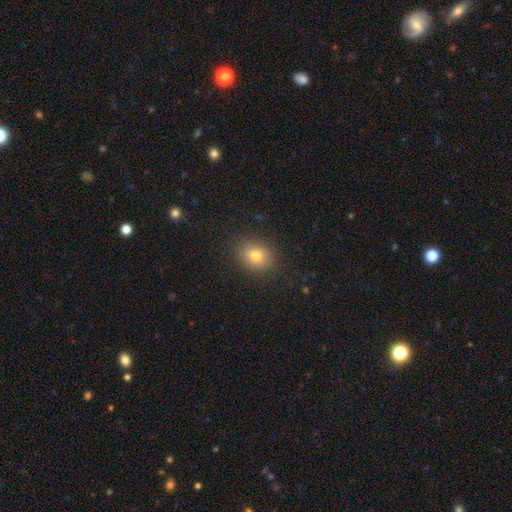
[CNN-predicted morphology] This appears to be a smooth galaxy with no disk features (78%) that is round (53%). Merging: none (85%).